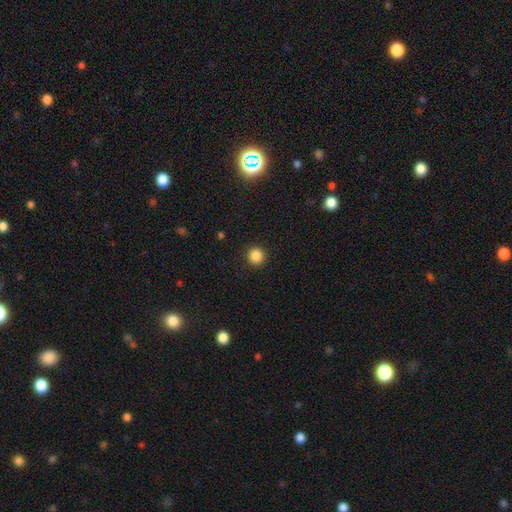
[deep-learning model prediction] This is clearly a smooth galaxy (86%). How rounded: clearly round (94%). Merging: clearly none (92%).